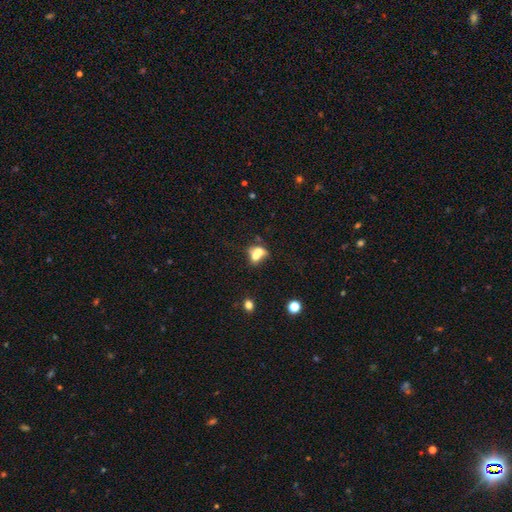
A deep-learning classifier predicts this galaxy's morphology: Smooth or featured? smooth (64%)
How rounded? in between (52%)
Merging? merger (68%)